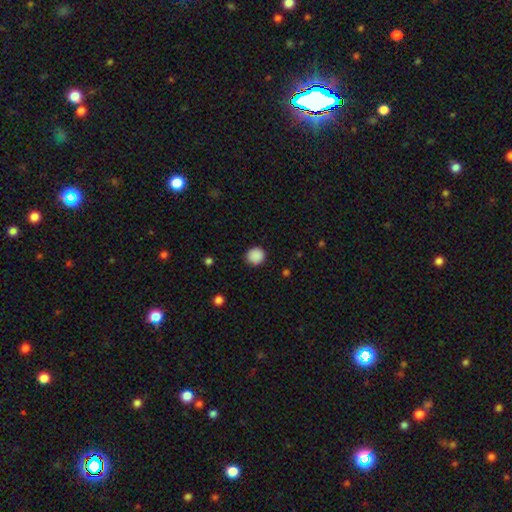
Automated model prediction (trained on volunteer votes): smooth_or_featured: smooth (p=0.89) [alt: star or artifact p=0.09]
how_rounded: round (p=0.90) [alt: in between p=0.09]
merging: none (p=0.89) [alt: minor disturbance p=0.08]